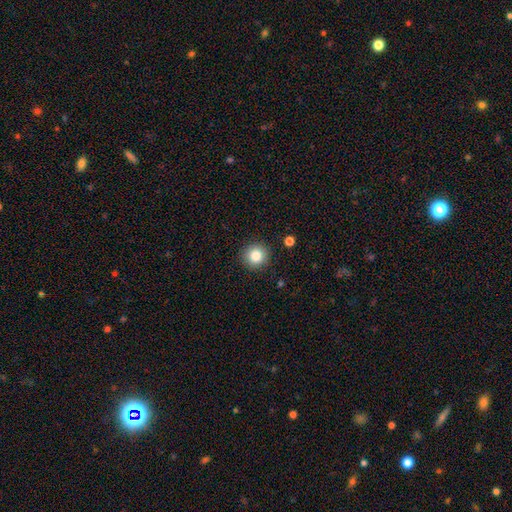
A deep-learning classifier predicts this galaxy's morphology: smooth 84%, star or artifact 10%, featured or disk 6%. Down the decision tree: how rounded — round (94%); merging — none (90%).